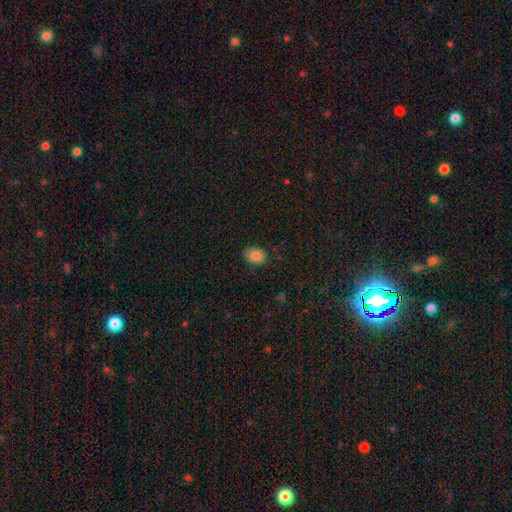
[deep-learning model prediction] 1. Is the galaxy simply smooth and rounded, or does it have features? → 84% smooth, 9% star or artifact, 7% featured or disk.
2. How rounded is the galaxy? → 64% in between, 35% round, 1% cigar-shaped.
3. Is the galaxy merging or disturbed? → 80% none, 16% minor disturbance, 3% major disturbance, 1% merger.